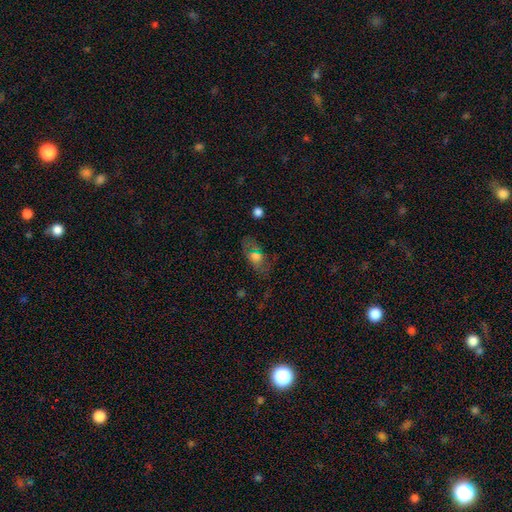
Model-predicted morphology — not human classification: The model was most divided on "smooth or featured": smooth: 61%, featured or disk: 24%, star or artifact: 15%. More confident: how rounded — in between (80%); merging — none (67%).